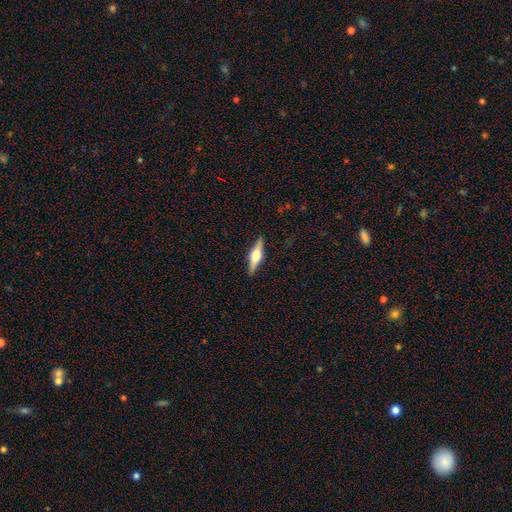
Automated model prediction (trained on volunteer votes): A featured or disk galaxy (63%) viewed edge-on (96%) with a rounded central bulge (94%). Merging: none (90%).